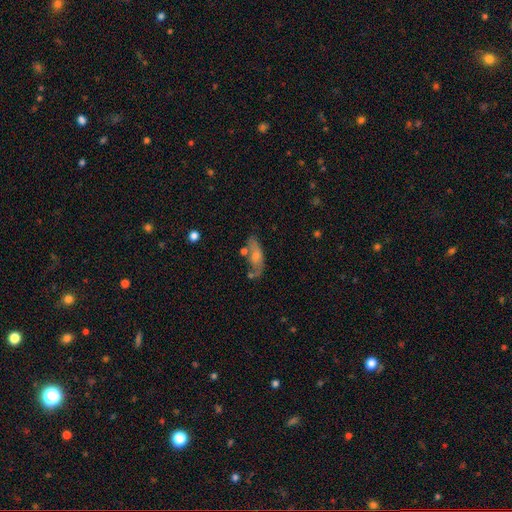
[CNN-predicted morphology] Smooth or featured? featured or disk (48%)
Merging? none (52%)